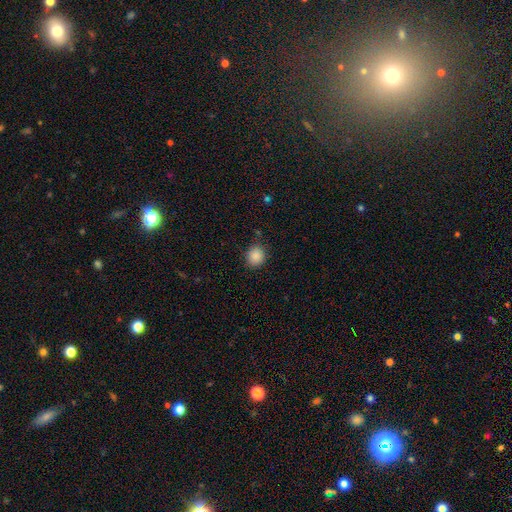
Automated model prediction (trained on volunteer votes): This is clearly a smooth galaxy (87%). How rounded: likely round (76%). Merging: clearly none (84%).